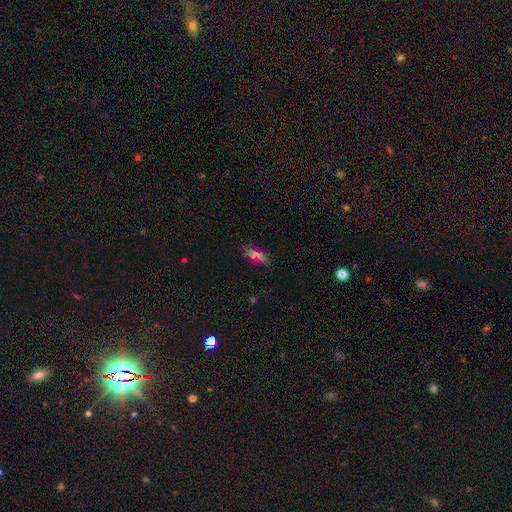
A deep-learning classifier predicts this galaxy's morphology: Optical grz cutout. It shows a smooth galaxy with no disk features (65%) that is in between round and cigar-shaped (80%). Merging: none (79%).